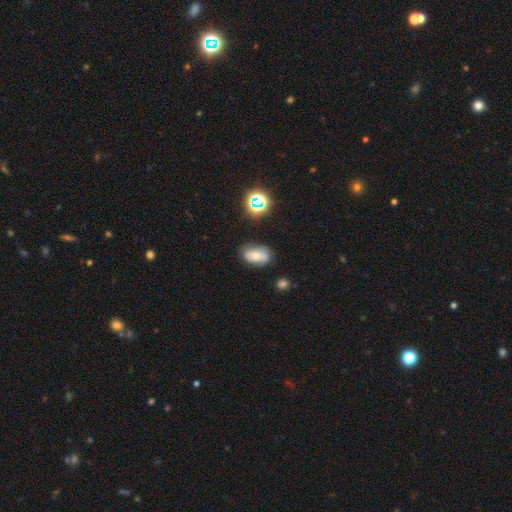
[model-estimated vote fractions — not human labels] smooth-or-featured: smooth: 56% | featured or disk: 30% | star or artifact: 14%
  how-rounded: in between: 88% | round: 10% | cigar-shaped: 2%
  merging: none: 74% | minor disturbance: 19% | major disturbance: 4% | merger: 3%